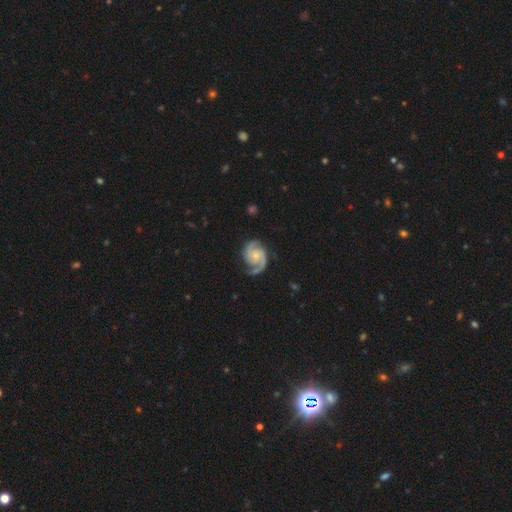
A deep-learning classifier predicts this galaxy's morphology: smooth-or-featured: featured or disk: 92% | star or artifact: 4% | smooth: 4%
  disk-edge-on: no: 98% | yes: 2%
    bar: no: 69% | weak: 25% | strong: 6%
    has-spiral-arms: yes: 98% | no: 2%
      spiral-winding: medium: 53% | tight: 37% | loose: 11%
      spiral-arm-count: 2: 91% | 3: 3% | can't tell: 2% | 1: 1% | 4: 1% | more than 4: 1%
    bulge-size: small: 60% | moderate: 30% | none: 7% | large: 2% | dominant: 1%
  merging: none: 78% | minor disturbance: 15% | major disturbance: 5% | merger: 1%